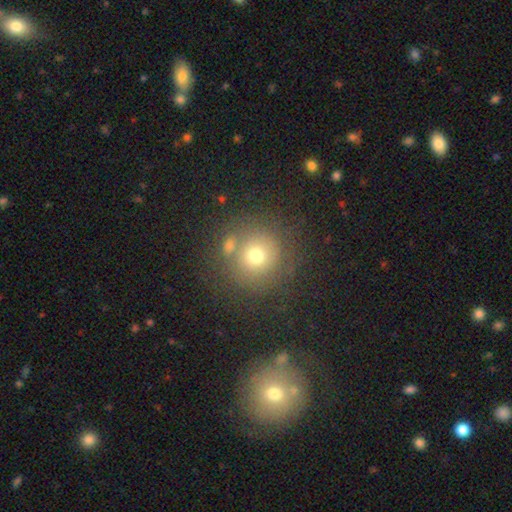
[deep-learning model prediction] Q: Smooth or featured?
A: smooth (67%); runner-up: star or artifact (17%)
Q: How rounded?
A: round (93%); runner-up: in between (6%)
Q: Merging?
A: none (72%); runner-up: minor disturbance (11%)